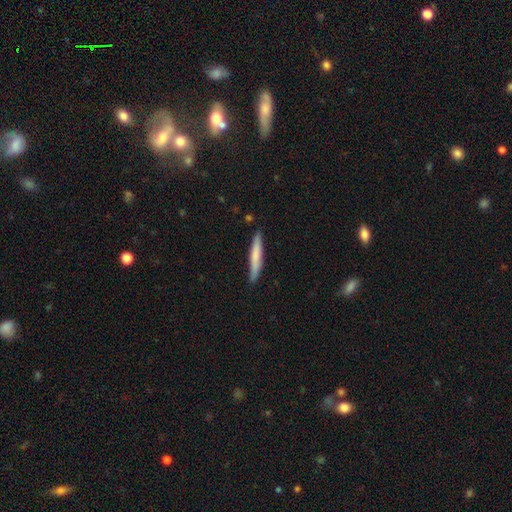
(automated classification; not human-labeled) smooth_or_featured: smooth (p=0.71) [alt: featured or disk p=0.24]
how_rounded: cigar-shaped (p=0.95) [alt: in between p=0.04]
merging: none (p=0.88) [alt: minor disturbance p=0.09]